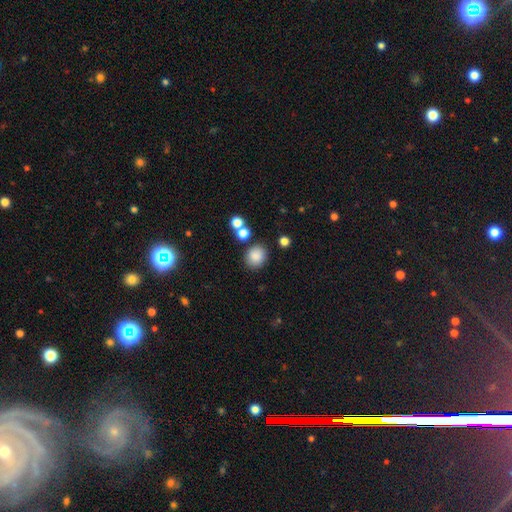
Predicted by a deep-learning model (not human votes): smooth-or-featured: smooth: 85% | star or artifact: 10% | featured or disk: 5%
  how-rounded: round: 68% | in between: 31% | cigar-shaped: 1%
  merging: none: 79% | minor disturbance: 10% | merger: 7% | major disturbance: 3%